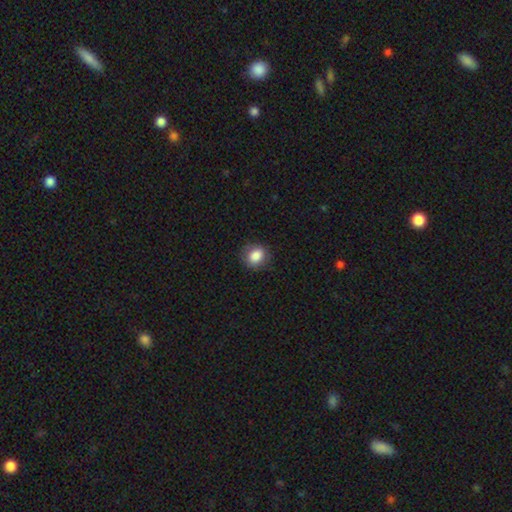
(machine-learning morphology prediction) Overall: smooth (84%). How rounded: round (68%; in between 31%). Merging: none (81%).